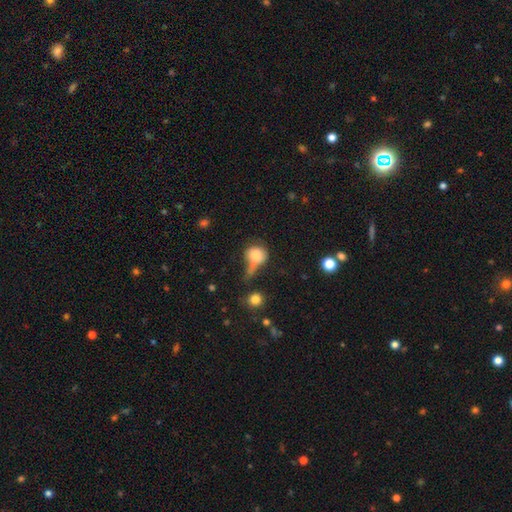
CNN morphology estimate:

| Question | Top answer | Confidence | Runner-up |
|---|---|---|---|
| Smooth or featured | smooth | 77% | featured or disk (13%) |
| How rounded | round | 70% | in between (29%) |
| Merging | merger | 28% | none (27%) |